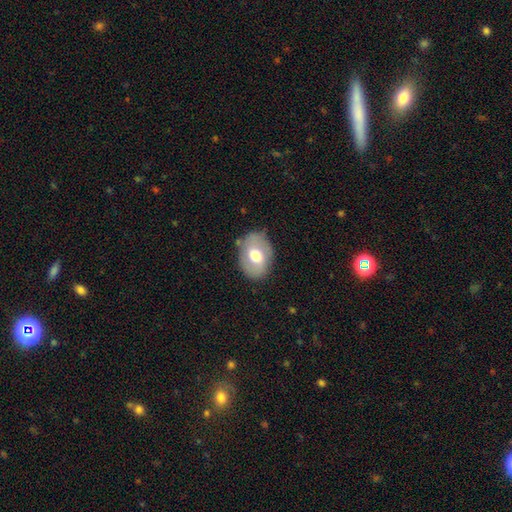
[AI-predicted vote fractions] smooth 55%, featured or disk 39%, star or artifact 6%. Down the decision tree: how rounded — in between (74%); merging — none (75%).